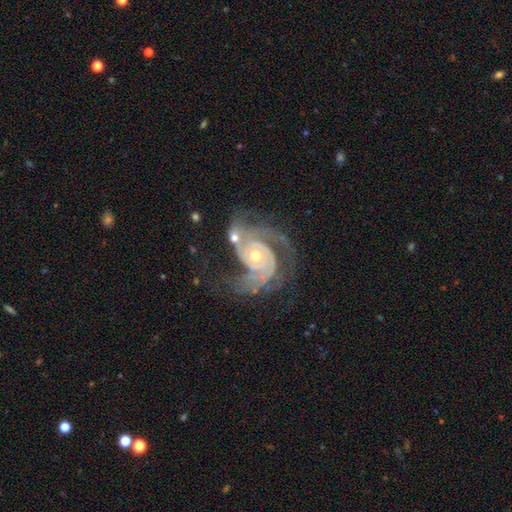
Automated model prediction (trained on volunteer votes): Morphology: type=featured or disk (91%); edge-on=no (98%); bar=no (69%); spiral arms=yes (98%); winding=tight (53%); arm count=2 (38%); bulge=small (49%); merging=none (46%).